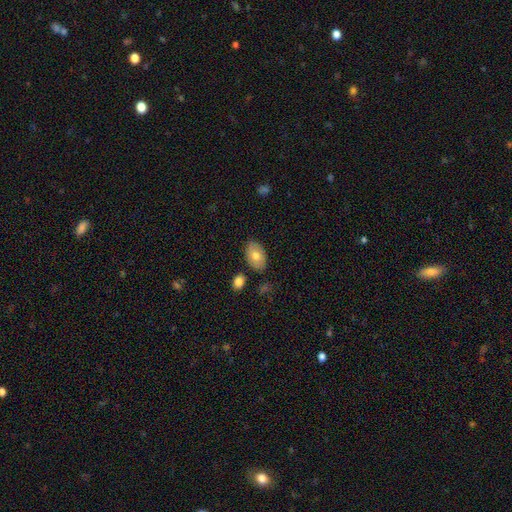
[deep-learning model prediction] Smooth or featured?
  - smooth: 73% *
  - featured or disk: 20%
  - star or artifact: 7%
How rounded?
  - in between: 89% *
  - round: 10%
  - cigar-shaped: 1%
Merging?
  - none: 81% *
  - minor disturbance: 13%
  - merger: 4%
  - major disturbance: 3%